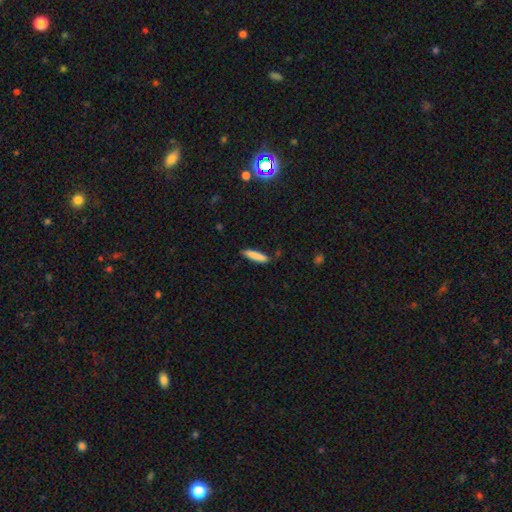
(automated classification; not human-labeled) smooth_or_featured: smooth (p=0.85) [alt: featured or disk p=0.09]
how_rounded: cigar-shaped (p=0.84) [alt: in between p=0.15]
merging: none (p=0.85) [alt: minor disturbance p=0.11]